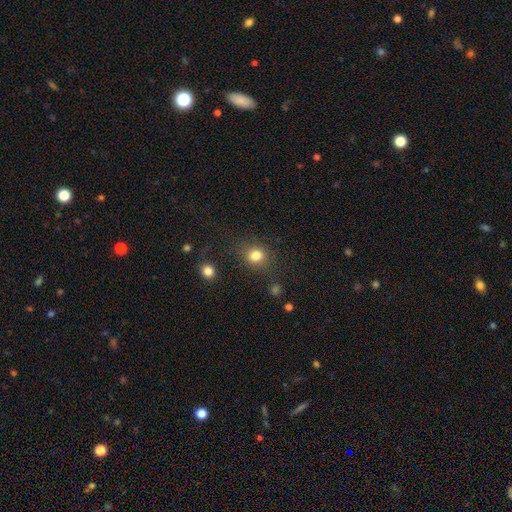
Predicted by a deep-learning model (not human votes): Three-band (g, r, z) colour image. It shows a smooth galaxy with no disk features (81%) that is round (76%). Merging: none (79%).